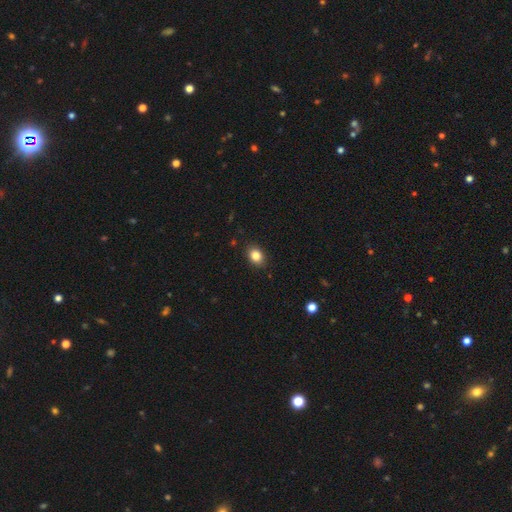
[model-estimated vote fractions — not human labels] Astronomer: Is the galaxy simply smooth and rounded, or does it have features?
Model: smooth — 84%.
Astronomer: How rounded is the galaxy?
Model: in between — 66%.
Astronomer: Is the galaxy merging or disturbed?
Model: none — 88%.